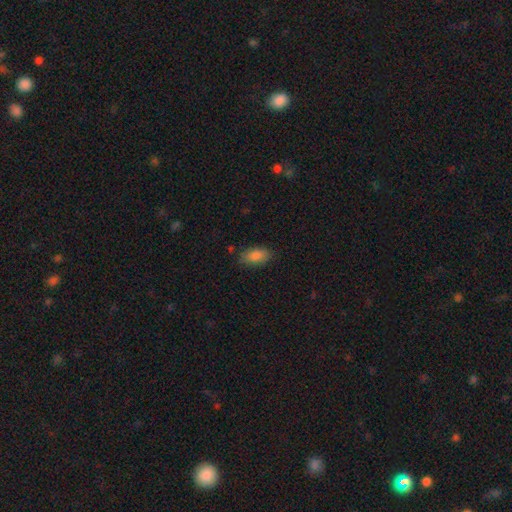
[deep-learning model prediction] A smooth galaxy with no disk features (87%) that is in between round and cigar-shaped (92%). Merging: none (80%).